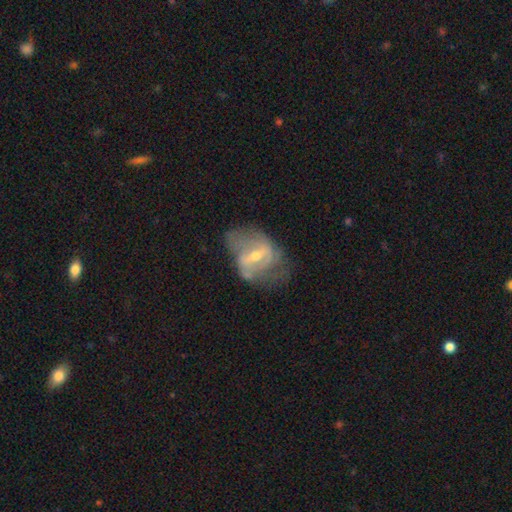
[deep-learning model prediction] featured or disk 76%, smooth 16%, star or artifact 8%. Down the decision tree: edge-on disk — no (95%); bar — weak (43%); spiral arms — yes (71%); spiral arm count — 2 (59%); spiral winding — medium (41%); bulge size — small (49%); merging — none (45%).